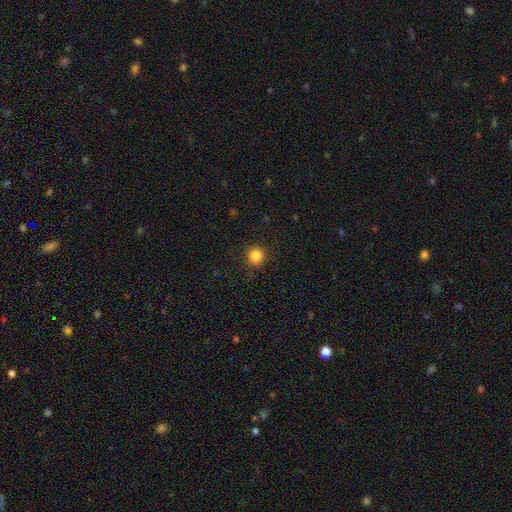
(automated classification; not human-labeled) A smooth galaxy with no disk features (85%) that is round (87%). Merging: none (88%).